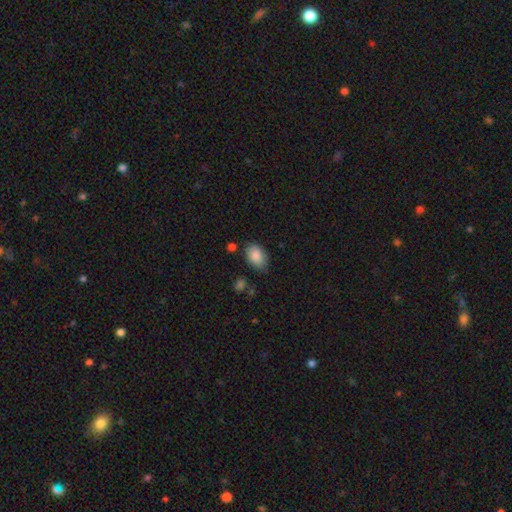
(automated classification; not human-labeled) Smooth or featured?
  - smooth: 87% *
  - star or artifact: 7%
  - featured or disk: 6%
How rounded?
  - in between: 88% *
  - round: 11%
  - cigar-shaped: 1%
Merging?
  - none: 74% *
  - minor disturbance: 18%
  - major disturbance: 4%
  - merger: 3%